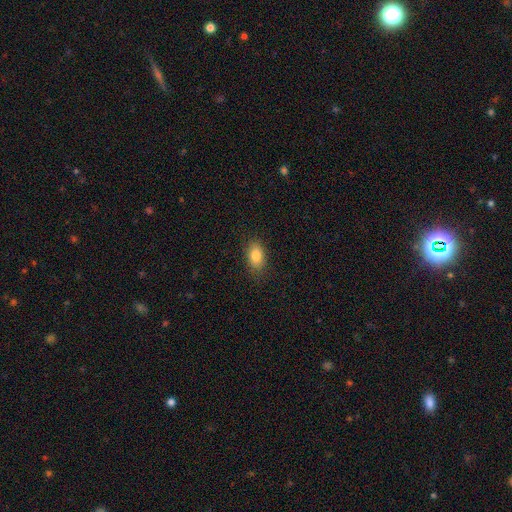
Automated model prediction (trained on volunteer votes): Smooth or featured? smooth (85%)
How rounded? in between (90%)
Merging? none (85%)